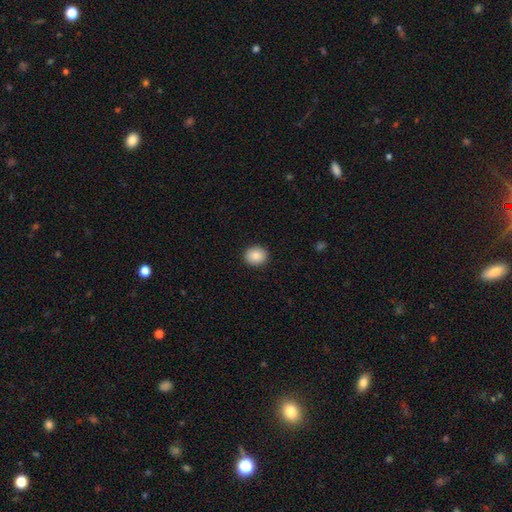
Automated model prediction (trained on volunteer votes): Smooth or featured: smooth — 87% (star or artifact — 8%)
How rounded: round — 75% (in between — 24%)
Merging: none — 92% (minor disturbance — 6%)